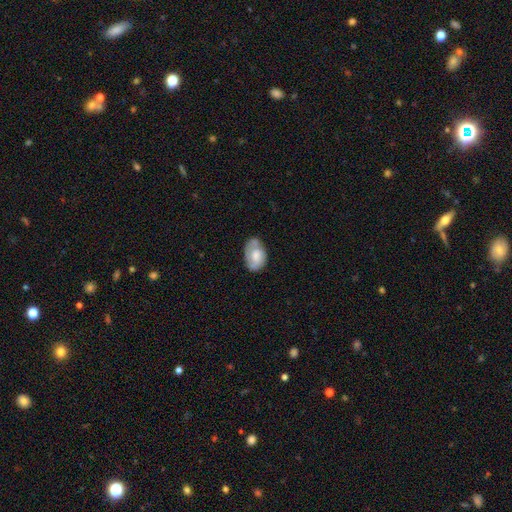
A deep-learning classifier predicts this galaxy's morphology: The model was most divided on "smooth or featured": smooth: 56%, featured or disk: 37%, star or artifact: 7%. More confident: how rounded — in between (88%); merging — none (52%).